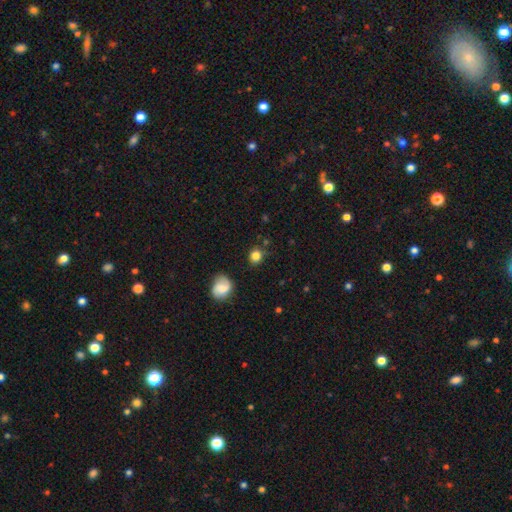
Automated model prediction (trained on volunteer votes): The model was most divided on "merging": none: 75%, minor disturbance: 17%, major disturbance: 4%, merger: 4%. More confident: smooth or featured — smooth (83%); how rounded — round (80%).